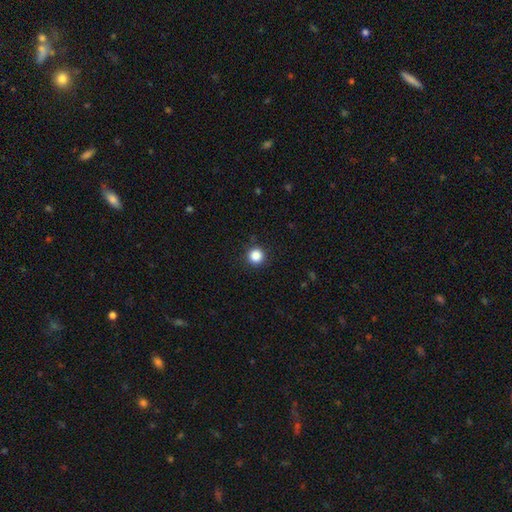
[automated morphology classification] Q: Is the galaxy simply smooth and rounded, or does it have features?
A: smooth — 86%.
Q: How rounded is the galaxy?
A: round — 95%.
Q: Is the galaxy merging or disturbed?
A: none — 91%.